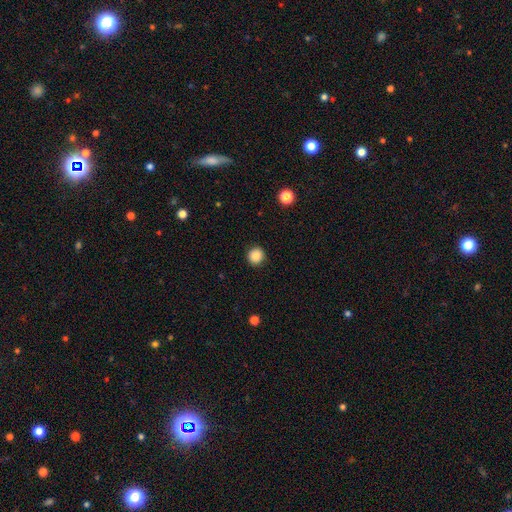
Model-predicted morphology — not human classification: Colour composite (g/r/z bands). It shows a smooth galaxy with no disk features (86%) that is round (93%). Merging: none (92%).